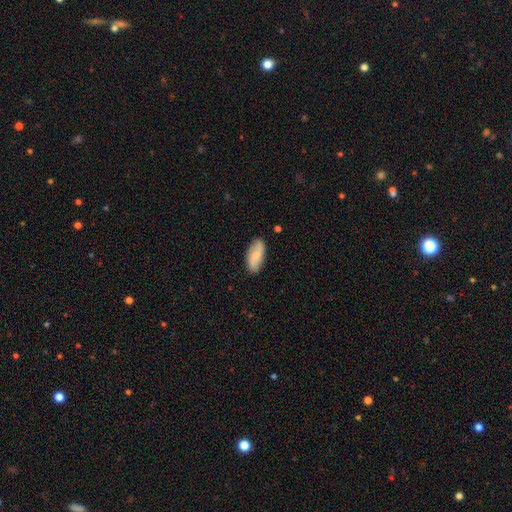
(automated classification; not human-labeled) Smooth or featured: smooth — 64% (featured or disk — 30%)
How rounded: in between — 88% (cigar-shaped — 10%)
Merging: none — 84% (minor disturbance — 13%)